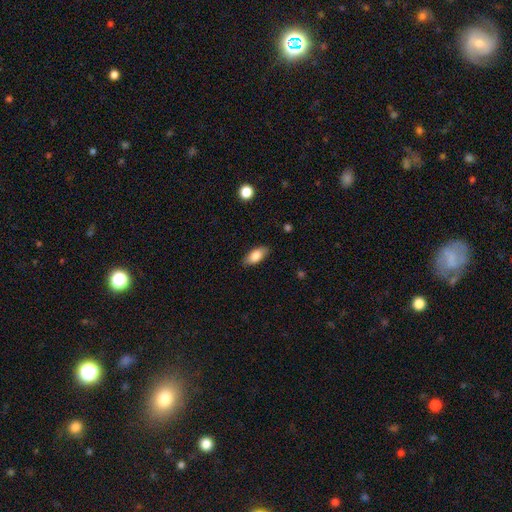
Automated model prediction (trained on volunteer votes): Overall: smooth (82%). How rounded: in between (87%). Merging: none (83%).